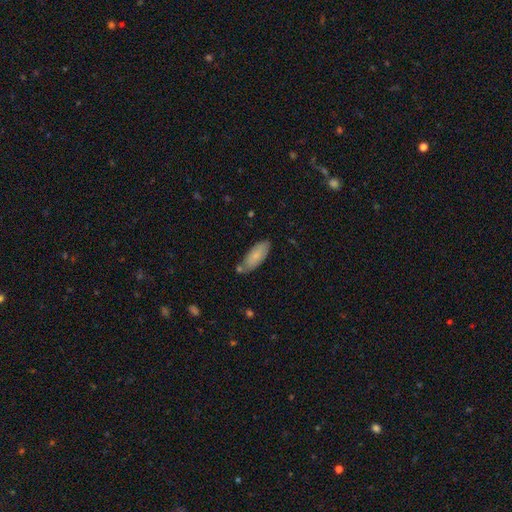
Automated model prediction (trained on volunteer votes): Smooth or featured?
  - smooth: 79% *
  - featured or disk: 15%
  - star or artifact: 6%
How rounded?
  - in between: 76% *
  - cigar-shaped: 22%
  - round: 2%
Merging?
  - none: 67% *
  - minor disturbance: 19%
  - merger: 10%
  - major disturbance: 4%